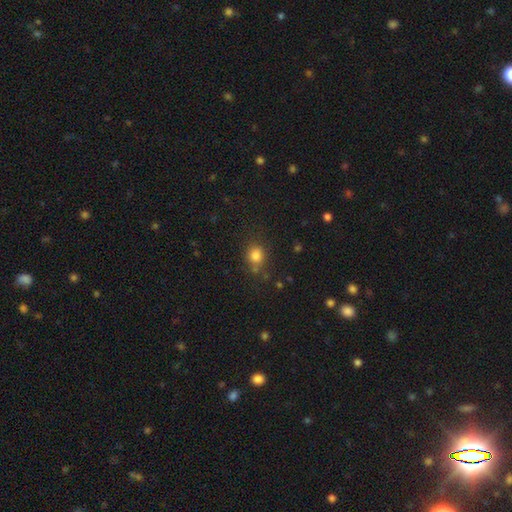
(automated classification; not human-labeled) Smooth or featured: smooth — 81% (star or artifact — 13%)
How rounded: round — 73% (in between — 26%)
Merging: none — 69% (minor disturbance — 18%)